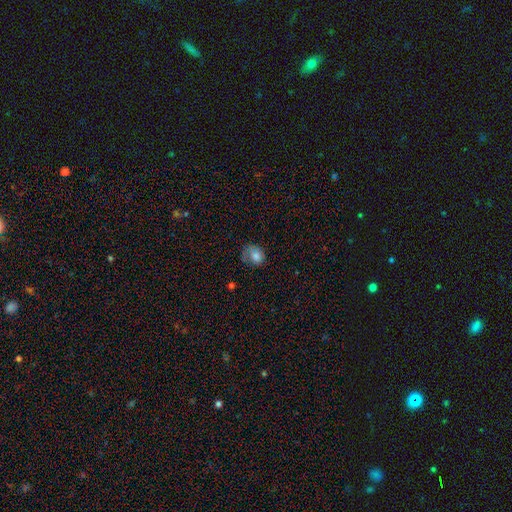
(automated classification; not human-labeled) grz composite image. It shows a smooth galaxy with no disk features (74%) that is round (55%). Merging: none (39%).